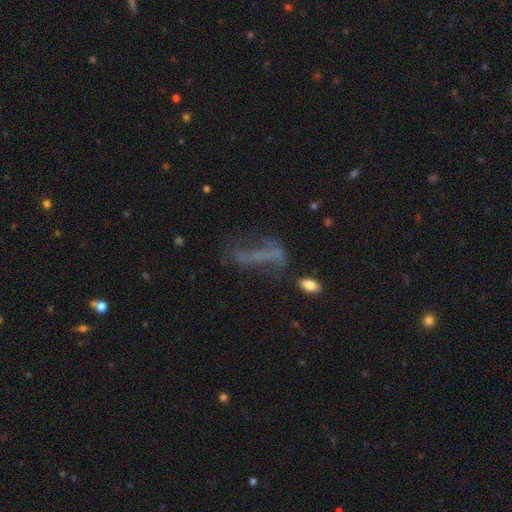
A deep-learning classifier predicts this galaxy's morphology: A featured or disk galaxy (45%).

Vote fractions:
- Smooth or featured? featured or disk: 45% / smooth: 31% / star or artifact: 25%
- Merging? none: 38% / major disturbance: 32% / minor disturbance: 19% / merger: 11%